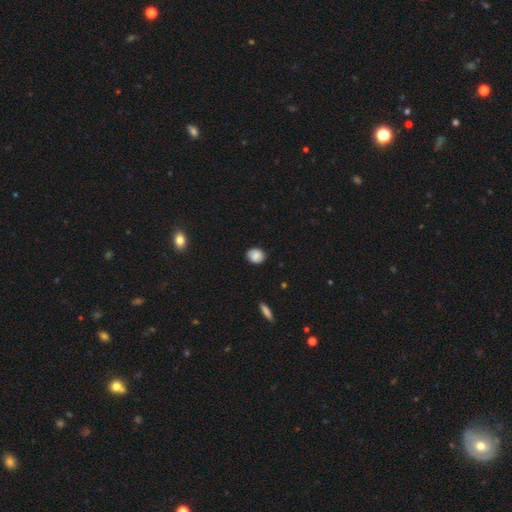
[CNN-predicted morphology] smooth-or-featured: smooth: 82% | featured or disk: 9% | star or artifact: 8%
  how-rounded: round: 67% | in between: 31% | cigar-shaped: 1%
  merging: none: 83% | minor disturbance: 13% | major disturbance: 2% | merger: 1%